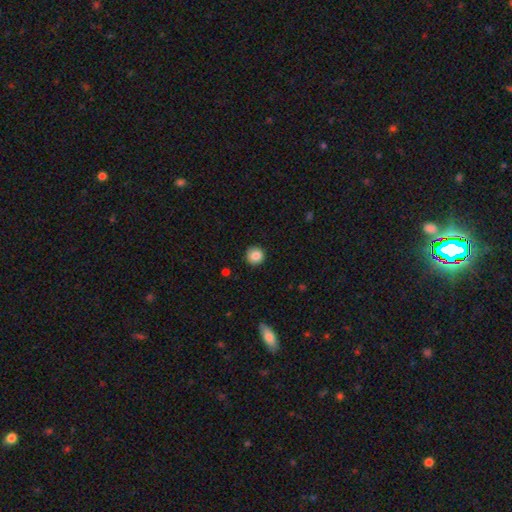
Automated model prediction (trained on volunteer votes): smooth_or_featured: smooth (p=0.86) [alt: star or artifact p=0.09]
how_rounded: round (p=0.94) [alt: in between p=0.05]
merging: none (p=0.90) [alt: minor disturbance p=0.08]